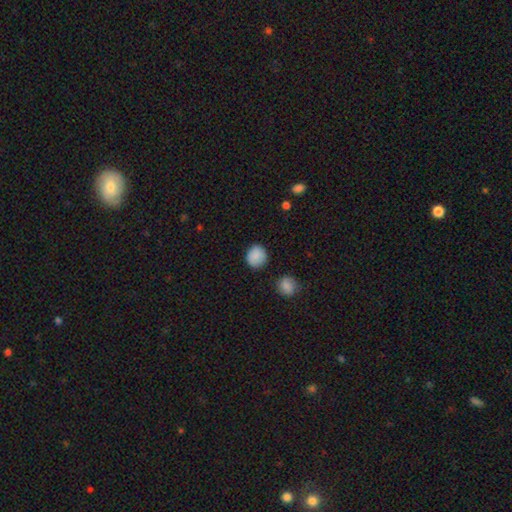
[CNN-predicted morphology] A smooth galaxy with no disk features (85%) that is round (84%). Merging: none (84%).